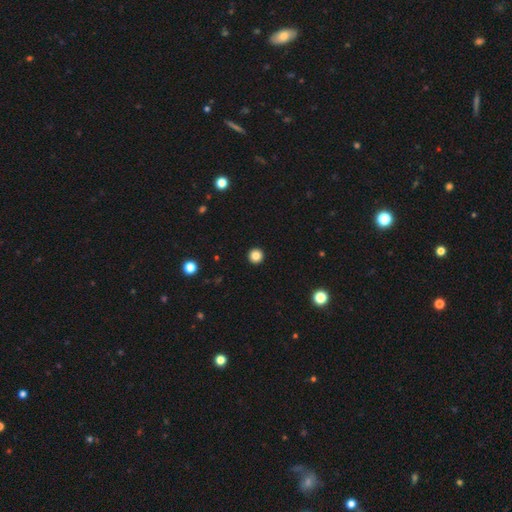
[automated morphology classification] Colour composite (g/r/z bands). It shows a smooth galaxy with no disk features (85%) that is round (96%). Merging: none (94%).